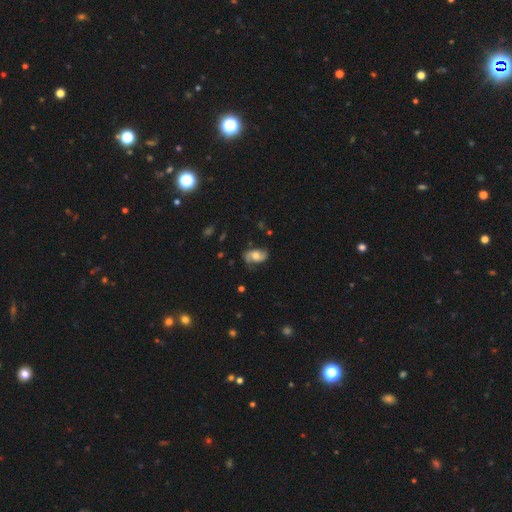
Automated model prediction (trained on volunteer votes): smooth-or-featured: featured or disk: 59% | smooth: 33% | star or artifact: 8%
  disk-edge-on: no: 96% | yes: 4%
    bar: no: 66% | weak: 28% | strong: 7%
    has-spiral-arms: yes: 88% | no: 12%
    bulge-size: moderate: 61% | small: 18% | large: 16% | none: 3% | dominant: 2%
  merging: none: 70% | minor disturbance: 21% | major disturbance: 7% | merger: 2%